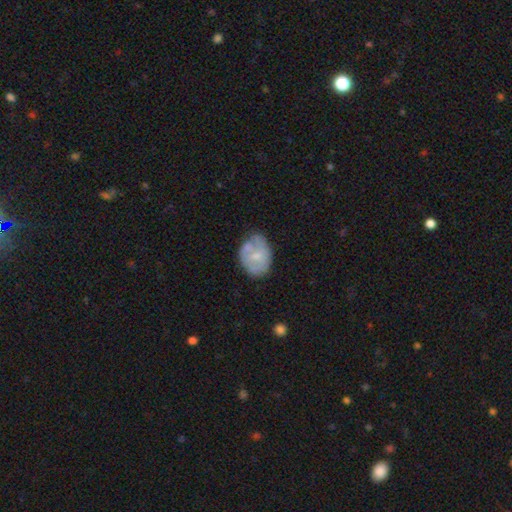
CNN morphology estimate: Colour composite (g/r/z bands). It shows a smooth galaxy with no disk features (51%) that is in between round and cigar-shaped (68%). Merging: none (44%).